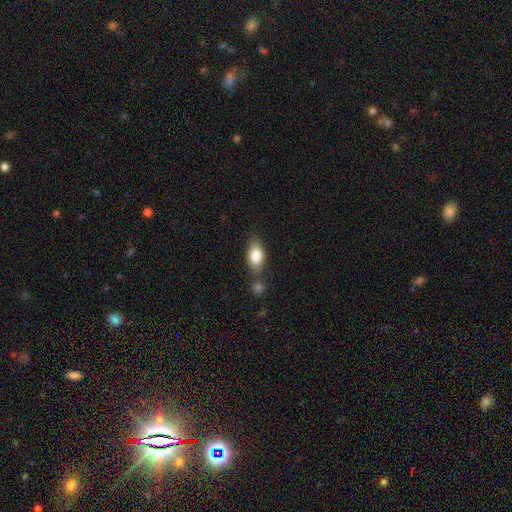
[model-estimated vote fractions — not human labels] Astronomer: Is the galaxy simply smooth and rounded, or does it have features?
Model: smooth — 78%.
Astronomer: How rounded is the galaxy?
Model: in between — 85%.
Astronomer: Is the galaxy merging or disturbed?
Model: none — 62%.